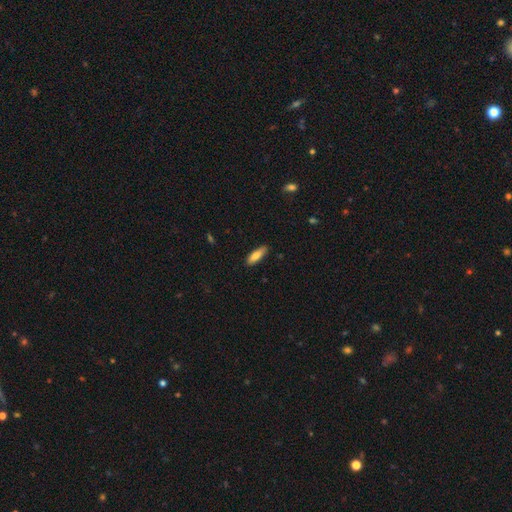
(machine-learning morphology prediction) A smooth galaxy with no disk features (75%) that is cigar-shaped (52%).

Vote fractions:
- Smooth or featured? smooth: 75% / featured or disk: 19% / star or artifact: 6%
- How rounded? cigar-shaped: 52% / in between: 46% / round: 2%
- Merging? none: 86% / minor disturbance: 11% / major disturbance: 2% / merger: 1%